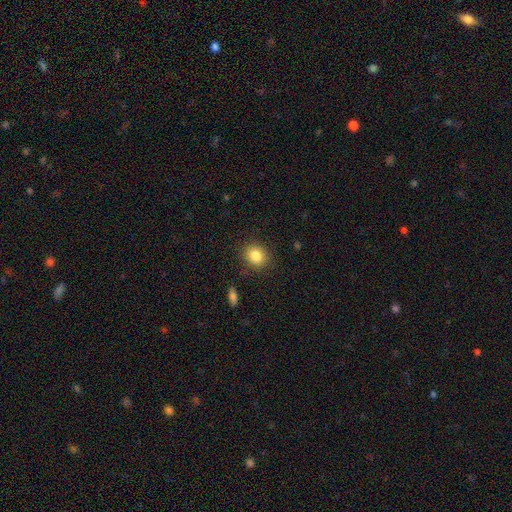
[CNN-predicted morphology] Smooth or featured? smooth (84%)
How rounded? round (74%)
Merging? none (88%)